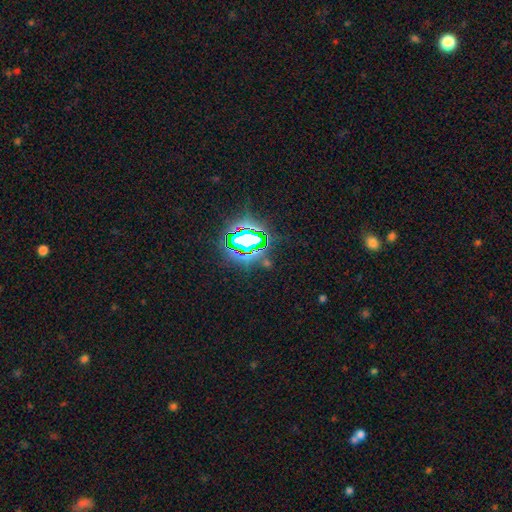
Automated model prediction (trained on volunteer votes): A star or artifact, not a galaxy (84%).

Vote fractions:
- Smooth or featured? star or artifact: 84% / smooth: 10% / featured or disk: 6%